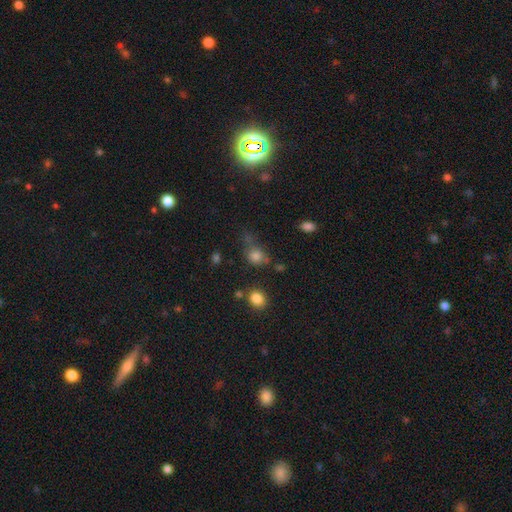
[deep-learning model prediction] A smooth galaxy with no disk features (77%) that is round (75%).

Vote fractions:
- Smooth or featured? smooth: 77% / star or artifact: 17% / featured or disk: 7%
- How rounded? round: 75% / in between: 23% / cigar-shaped: 1%
- Merging? none: 56% / minor disturbance: 19% / merger: 14% / major disturbance: 11%